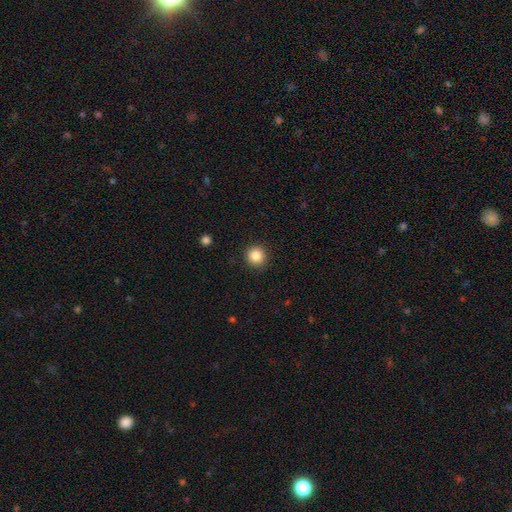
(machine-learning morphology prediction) Q: Smooth or featured?
A: smooth (86%); runner-up: star or artifact (10%)
Q: How rounded?
A: round (93%); runner-up: in between (6%)
Q: Merging?
A: none (90%); runner-up: minor disturbance (7%)